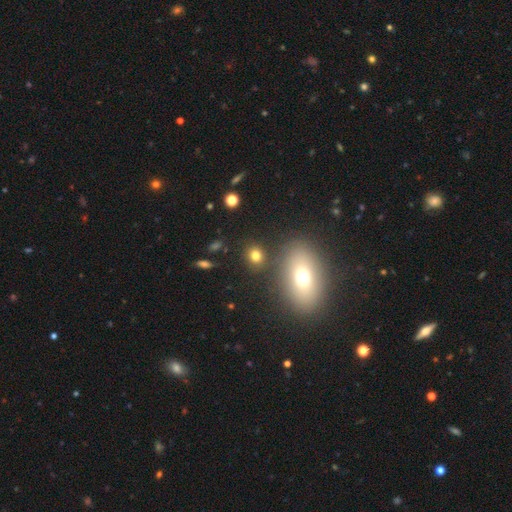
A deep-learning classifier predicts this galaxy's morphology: Overall: smooth (78%). How rounded: round (67%; in between 31%). Merging: none (82%).